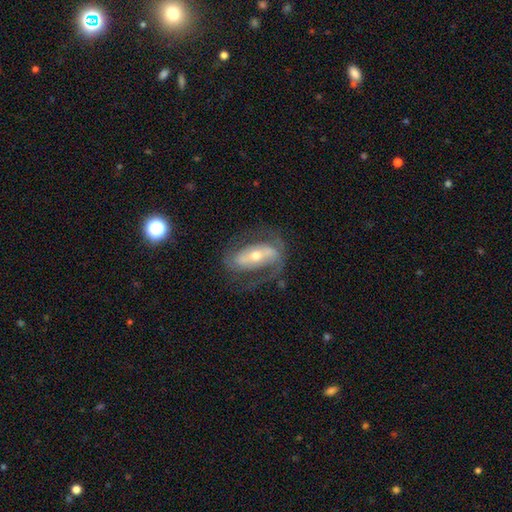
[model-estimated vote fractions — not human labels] featured or disk 78%, smooth 15%, star or artifact 6%. Down the decision tree: edge-on disk — no (90%); bar — strong (53%); spiral arms — yes (78%); spiral arm count — 2 (76%); spiral winding — medium (45%); bulge size — moderate (54%); merging — none (63%).